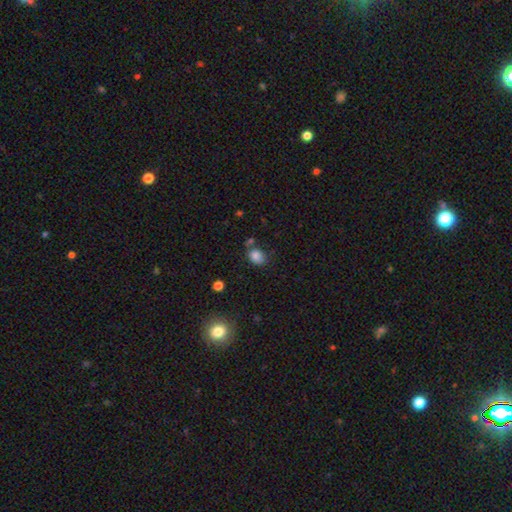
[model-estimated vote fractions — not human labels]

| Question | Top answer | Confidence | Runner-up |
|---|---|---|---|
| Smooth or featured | smooth | 83% | star or artifact (11%) |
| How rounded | in between | 69% | round (30%) |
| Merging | none | 63% | minor disturbance (19%) |